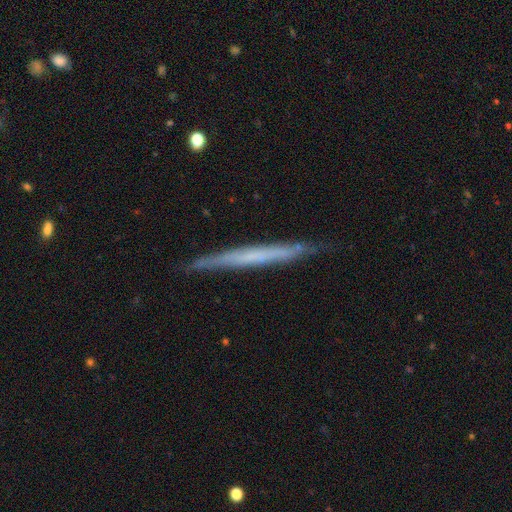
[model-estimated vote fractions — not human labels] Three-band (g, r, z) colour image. It shows a featured or disk galaxy (56%) viewed edge-on (95%) with no central bulge (87%). Merging: none (86%).